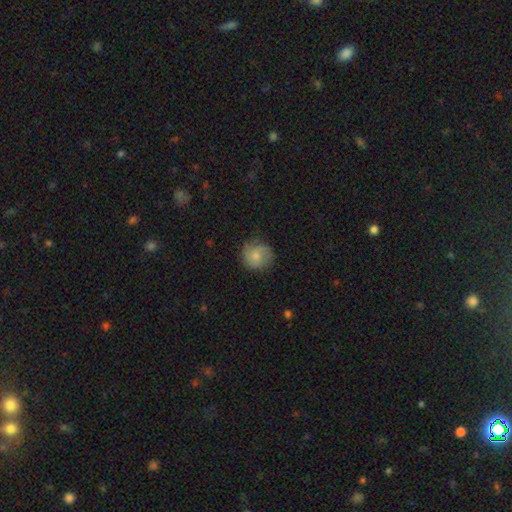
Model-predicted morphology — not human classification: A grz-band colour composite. It shows a smooth galaxy with no disk features (57%) that is round (86%). Merging: none (68%).